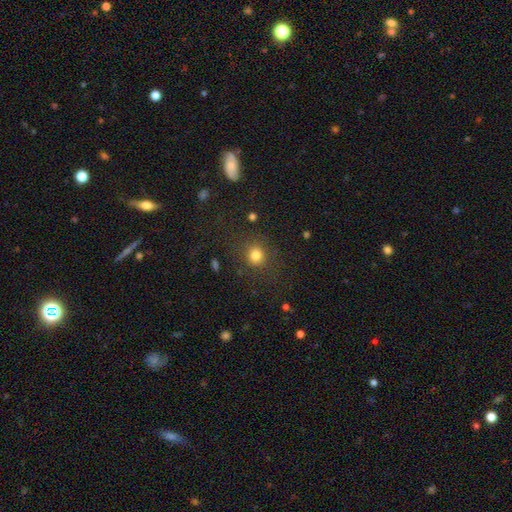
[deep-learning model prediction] Smooth or featured? Predicted: smooth (p=0.79). How rounded? Predicted: round (p=0.85). Merging? Predicted: none (p=0.82).